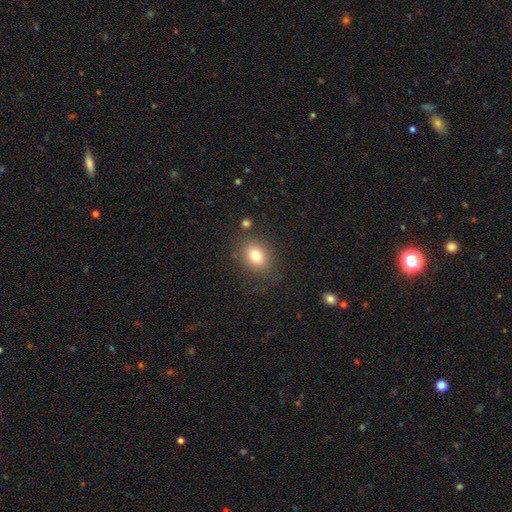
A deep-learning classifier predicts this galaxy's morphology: Smooth or featured? Predicted: smooth (p=0.79). How rounded? Predicted: in between (p=0.54). Merging? Predicted: none (p=0.81).